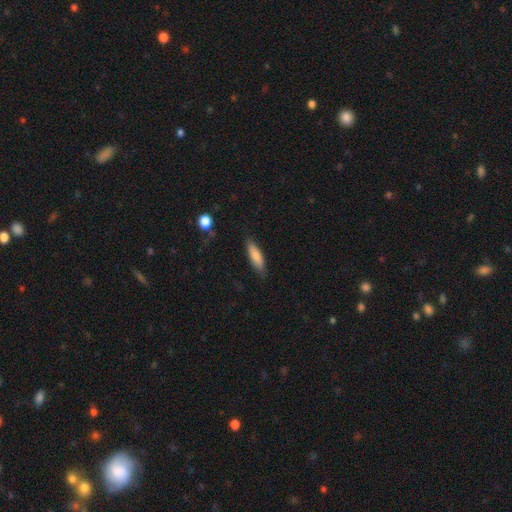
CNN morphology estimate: type=smooth (80%); roundness=cigar-shaped (54%); merging=none (78%).